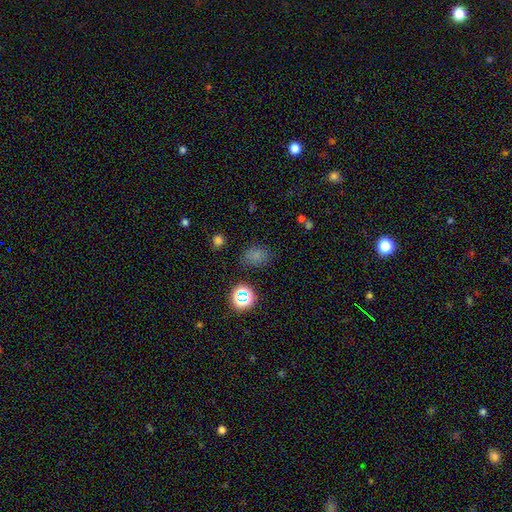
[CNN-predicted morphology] type=smooth (71%); roundness=in between (67%); merging=none (76%).